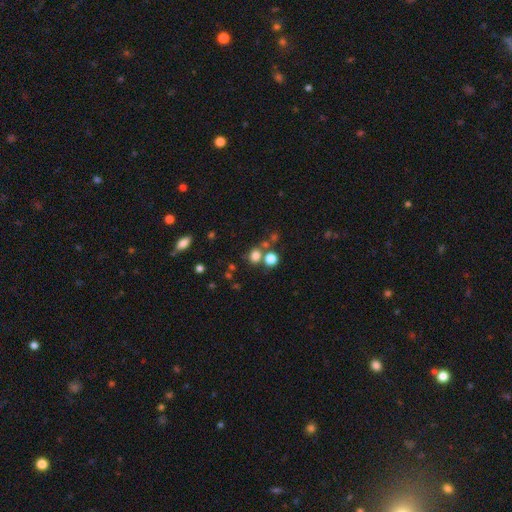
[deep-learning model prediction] smooth-or-featured: smooth: 75% | star or artifact: 18% | featured or disk: 8%
  how-rounded: round: 70% | in between: 29% | cigar-shaped: 1%
  merging: none: 61% | merger: 24% | minor disturbance: 10% | major disturbance: 5%